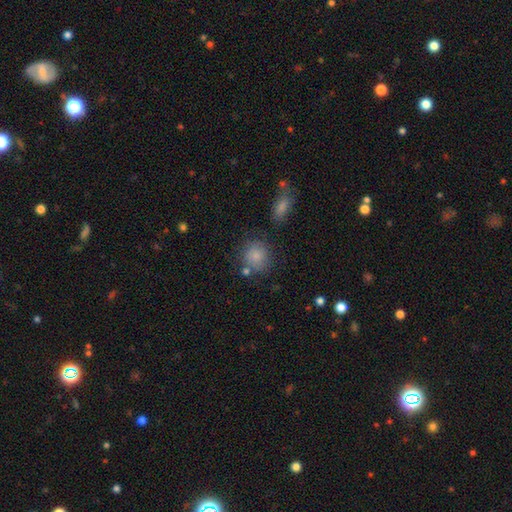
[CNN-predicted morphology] Smooth or featured: smooth — 84% (star or artifact — 9%)
How rounded: round — 86% (in between — 13%)
Merging: none — 71% (minor disturbance — 14%)